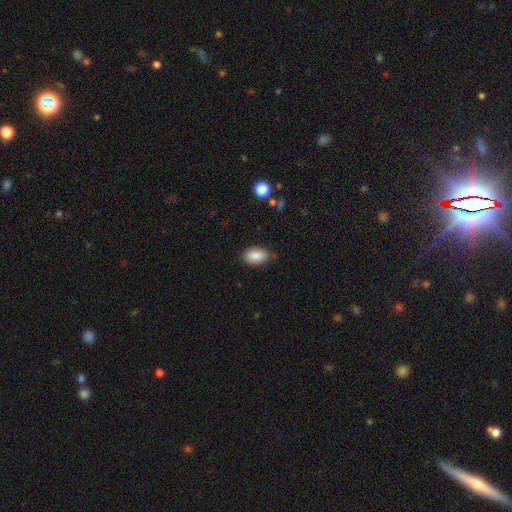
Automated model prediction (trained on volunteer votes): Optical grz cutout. It shows a smooth galaxy with no disk features (88%) that is in between round and cigar-shaped (91%). Merging: none (80%).